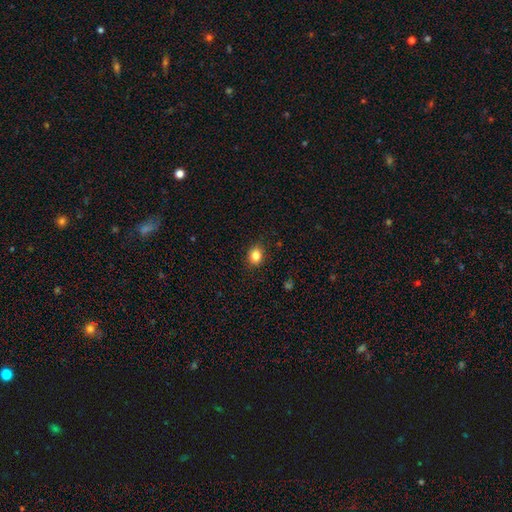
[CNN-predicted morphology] A smooth galaxy with no disk features (85%) that is in between round and cigar-shaped (50%). Merging: none (87%).